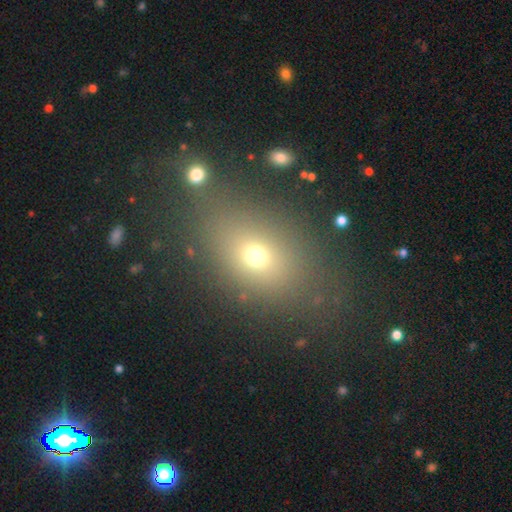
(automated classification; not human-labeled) A smooth galaxy with no disk features (66%) that is in between round and cigar-shaped (65%). Merging: none (72%).